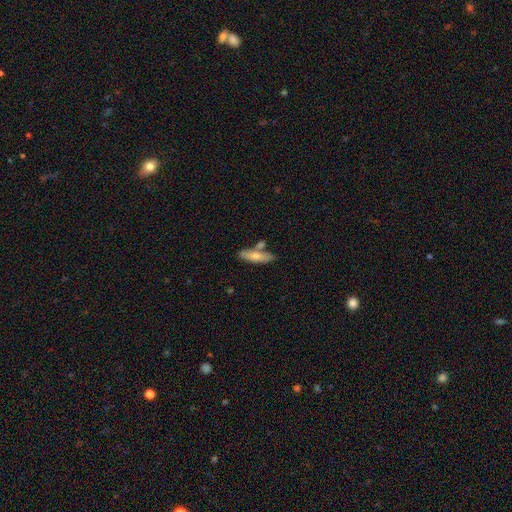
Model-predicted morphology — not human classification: Smooth or featured? smooth (67%)
How rounded? cigar-shaped (63%)
Merging? none (63%)